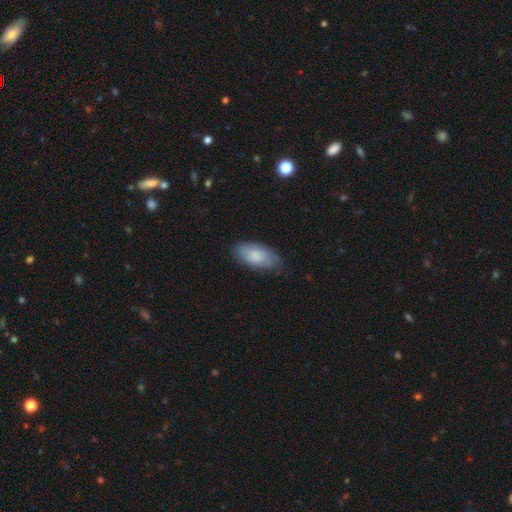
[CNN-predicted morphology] type=smooth (73%); roundness=in between (92%); merging=none (71%).